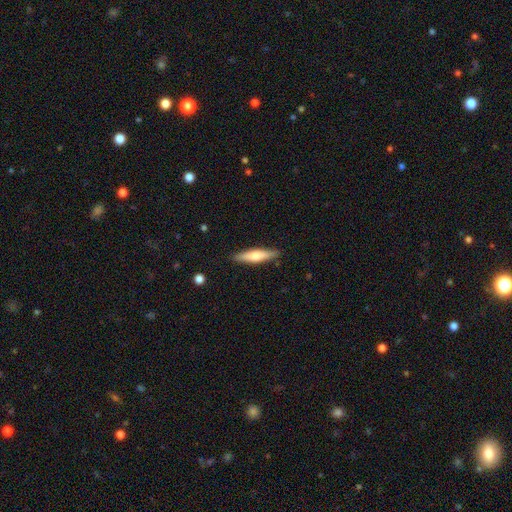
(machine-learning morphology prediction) A smooth galaxy with no disk features (56%) that is cigar-shaped (80%).

Vote fractions:
- Smooth or featured? smooth: 56% / featured or disk: 38% / star or artifact: 6%
- How rounded? cigar-shaped: 80% / in between: 18% / round: 2%
- Merging? none: 88% / minor disturbance: 9% / major disturbance: 2% / merger: 1%